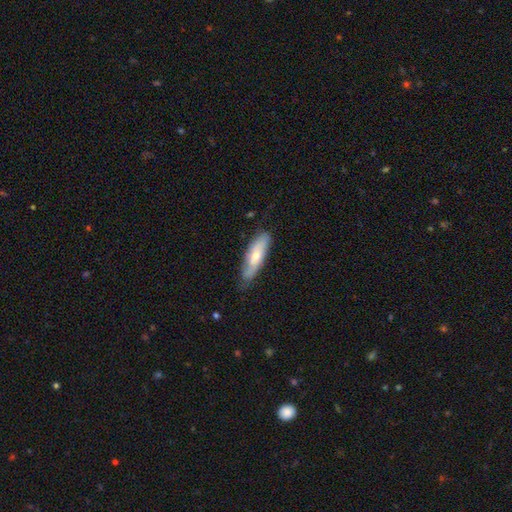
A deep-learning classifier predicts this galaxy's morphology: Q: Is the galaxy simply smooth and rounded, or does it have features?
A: smooth — 55%.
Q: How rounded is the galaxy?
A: in between — 50%.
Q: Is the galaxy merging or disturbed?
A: none — 66%.